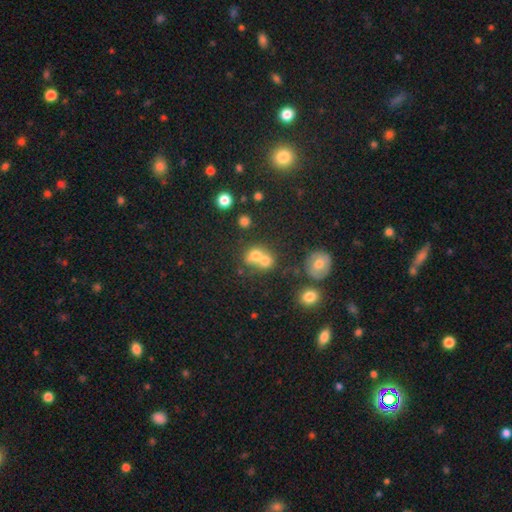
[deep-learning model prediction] The model was most divided on "merging": merger: 63%, none: 27%, minor disturbance: 6%, major disturbance: 4%. More confident: smooth or featured — smooth (69%); how rounded — round (68%).